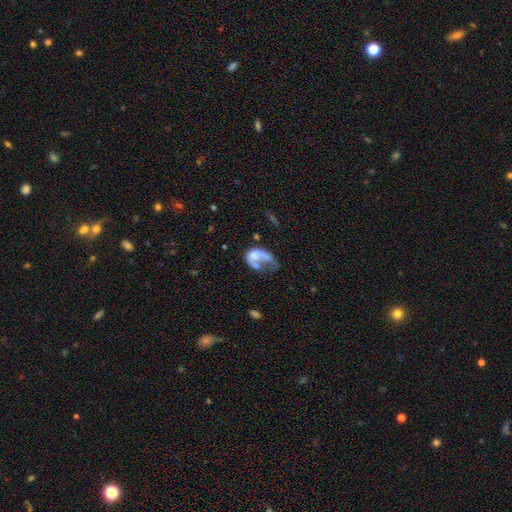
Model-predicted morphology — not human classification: Smooth or featured: featured or disk — 47% (smooth — 43%)
Merging: major disturbance — 48% (merger — 25%)